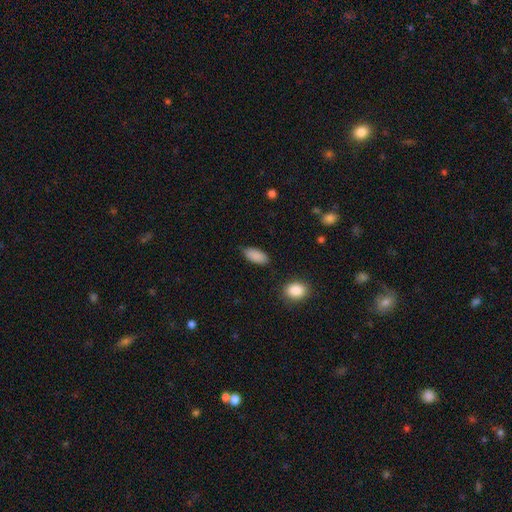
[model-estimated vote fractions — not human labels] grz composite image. It shows a smooth galaxy with no disk features (89%) that is in between round and cigar-shaped (89%). Merging: none (83%).